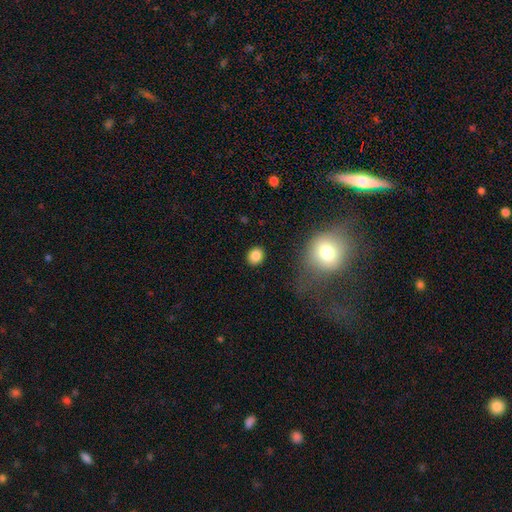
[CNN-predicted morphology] Smooth or featured? smooth (85%)
How rounded? round (67%)
Merging? none (89%)